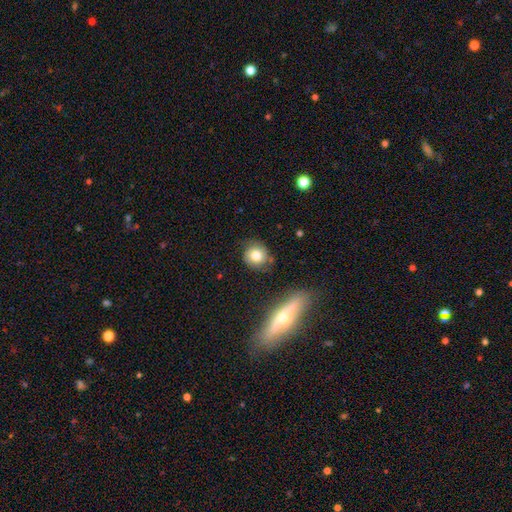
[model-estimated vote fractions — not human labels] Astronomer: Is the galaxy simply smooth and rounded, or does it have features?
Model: smooth — 75%.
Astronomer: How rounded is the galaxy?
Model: round — 85%.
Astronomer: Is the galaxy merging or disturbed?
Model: none — 75%.